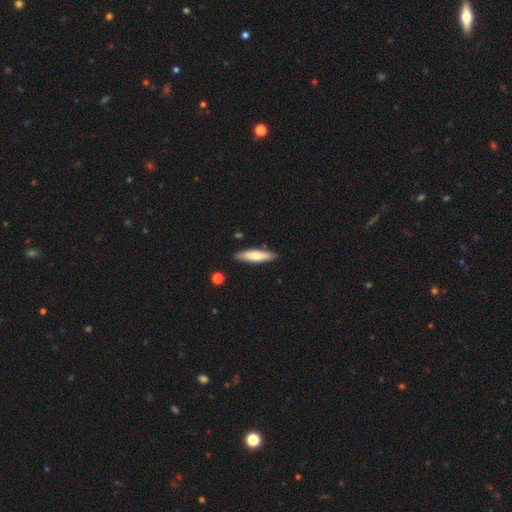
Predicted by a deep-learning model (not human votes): Morphology: type=smooth (68%); roundness=cigar-shaped (73%); merging=none (87%).